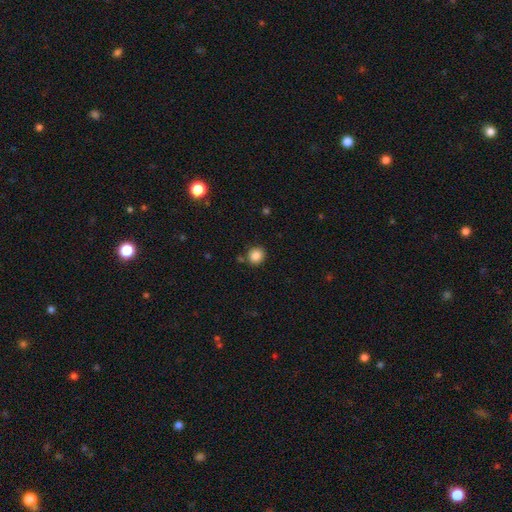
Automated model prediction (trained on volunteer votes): Morphology: type=smooth (86%); roundness=round (86%); merging=none (84%).